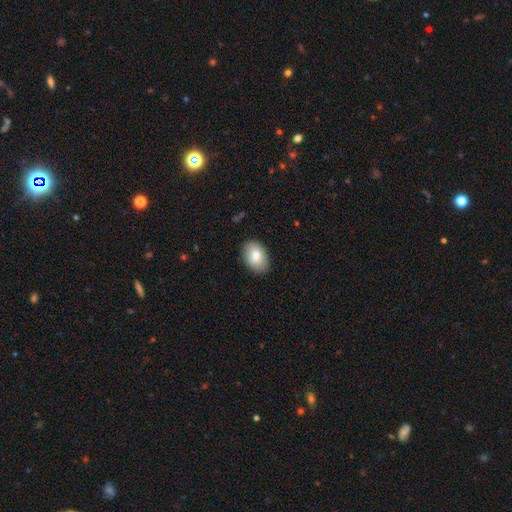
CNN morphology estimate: The model was most divided on "smooth or featured": smooth: 81%, featured or disk: 13%, star or artifact: 7%. More confident: merging — none (86%); how rounded — in between (86%).